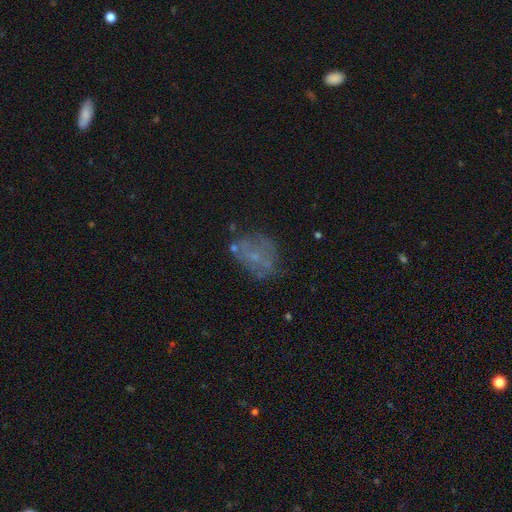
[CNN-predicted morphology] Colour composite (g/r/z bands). It shows a featured or disk galaxy (47%). Merging: none (55%).